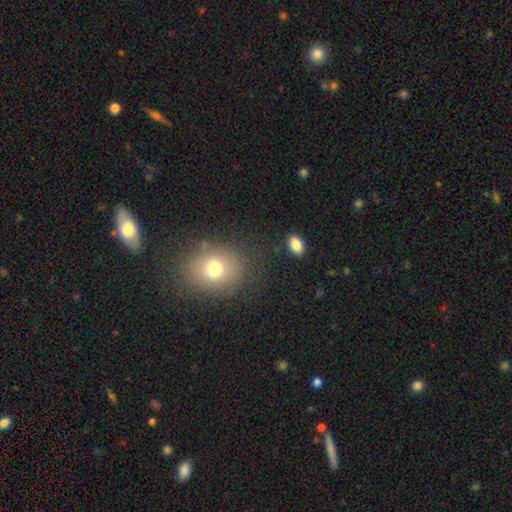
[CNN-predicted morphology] Smooth or featured: smooth — 64% (star or artifact — 25%)
How rounded: round — 55% (in between — 44%)
Merging: none — 87% (minor disturbance — 8%)